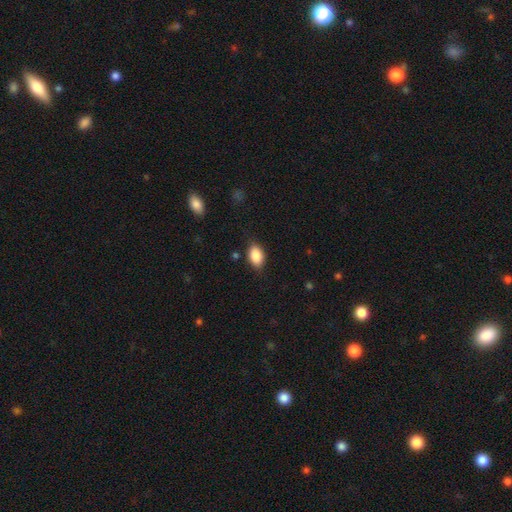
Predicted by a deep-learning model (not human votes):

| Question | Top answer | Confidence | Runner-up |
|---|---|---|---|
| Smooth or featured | smooth | 87% | star or artifact (7%) |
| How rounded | in between | 89% | round (9%) |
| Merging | none | 82% | minor disturbance (14%) |